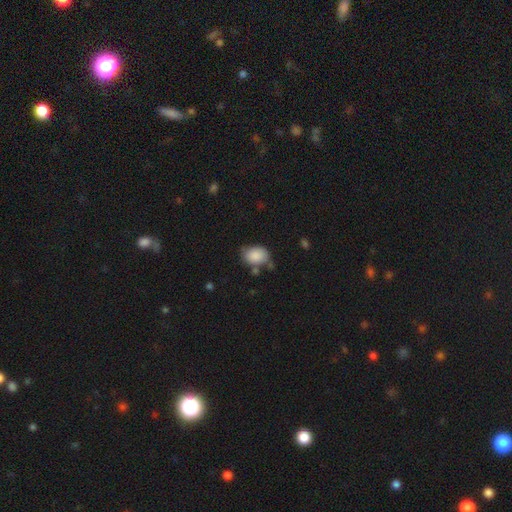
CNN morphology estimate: Overall: smooth (86%). How rounded: in between (70%). Merging: none (62%; minor disturbance 24%).